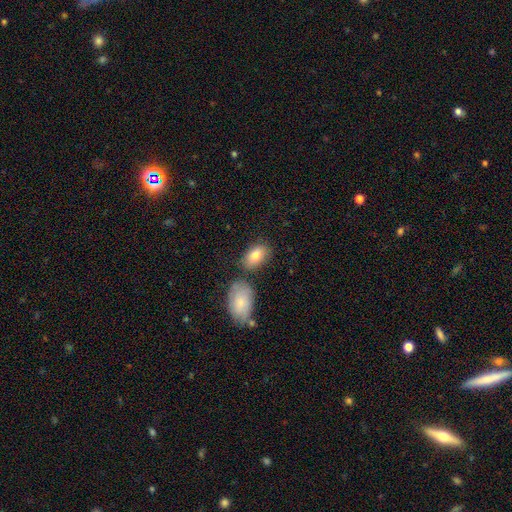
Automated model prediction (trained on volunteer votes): smooth 80%, featured or disk 13%, star or artifact 7%. Down the decision tree: how rounded — in between (89%); merging — none (69%).